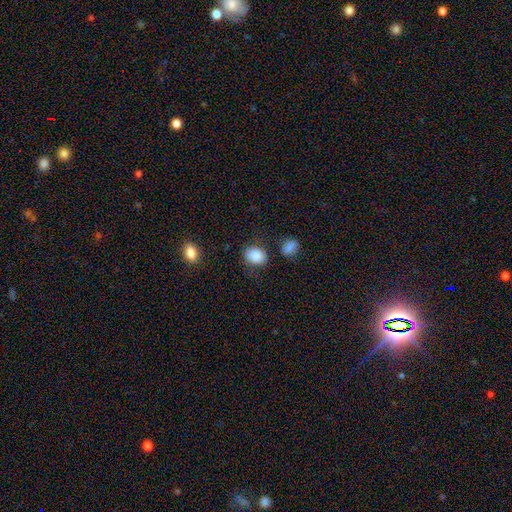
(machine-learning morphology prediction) smooth 87%, star or artifact 8%, featured or disk 5%. Down the decision tree: how rounded — in between (65%); merging — none (72%).